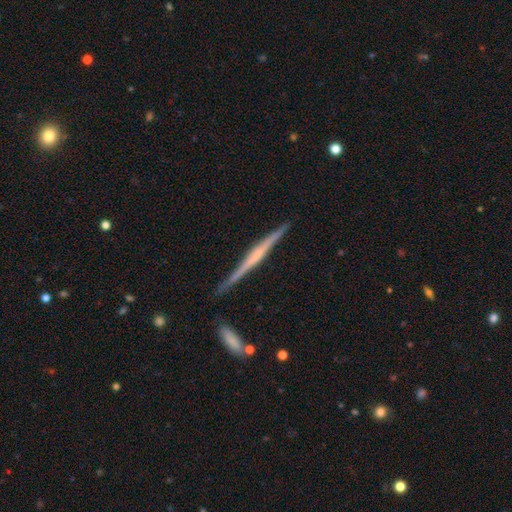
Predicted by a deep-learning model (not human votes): Smooth or featured: featured or disk — 73% (smooth — 22%)
Edge-on disk: yes — 98% (no — 2%)
Edge-on bulge: none — 45% (rounded — 37%)
Merging: none — 86% (minor disturbance — 10%)